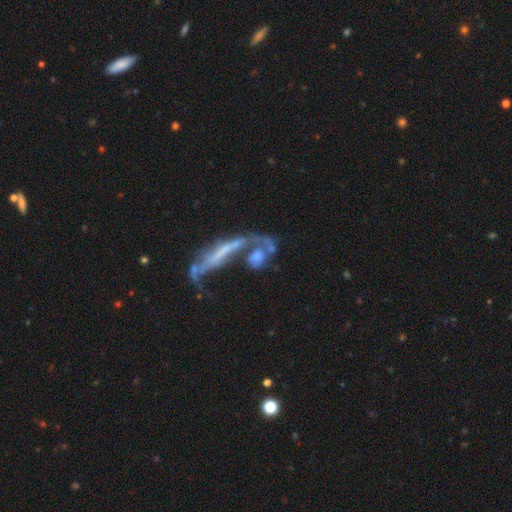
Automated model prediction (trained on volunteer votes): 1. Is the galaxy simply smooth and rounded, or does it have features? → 56% featured or disk, 33% smooth, 11% star or artifact.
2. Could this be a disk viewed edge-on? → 77% no, 23% yes.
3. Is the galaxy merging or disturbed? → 47% merger, 24% major disturbance, 19% none, 10% minor disturbance.